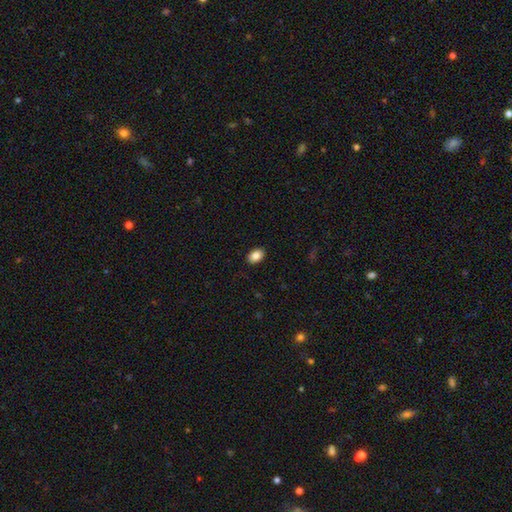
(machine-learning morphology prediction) The model was most divided on "how rounded": in between: 81%, round: 18%, cigar-shaped: 1%. More confident: merging — none (89%); smooth or featured — smooth (87%).